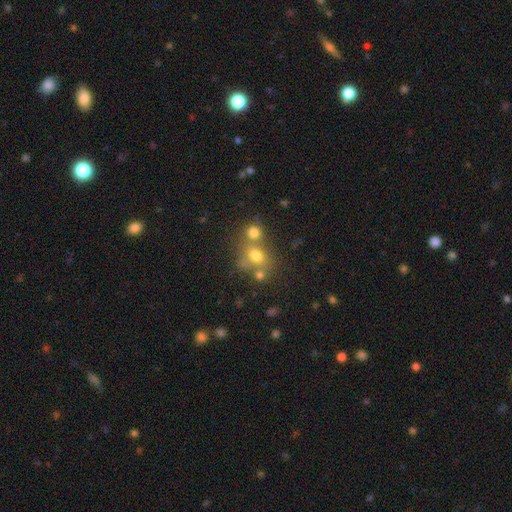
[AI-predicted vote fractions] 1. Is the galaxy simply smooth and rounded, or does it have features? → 69% smooth, 16% star or artifact, 15% featured or disk.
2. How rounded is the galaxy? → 65% round, 34% in between, 1% cigar-shaped.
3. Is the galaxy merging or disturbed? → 44% none, 41% merger, 11% minor disturbance, 5% major disturbance.